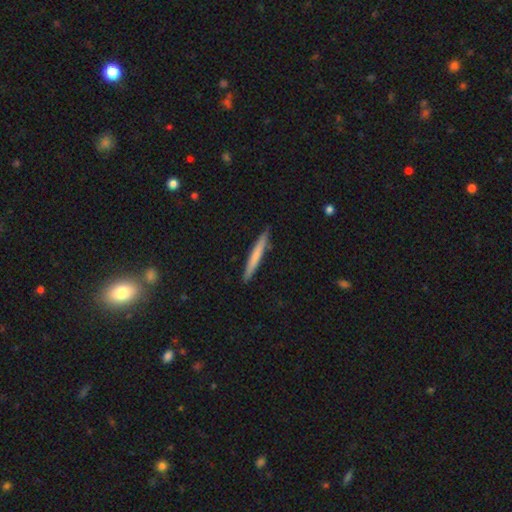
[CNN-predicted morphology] type=smooth (65%); roundness=cigar-shaped (96%); merging=none (89%).